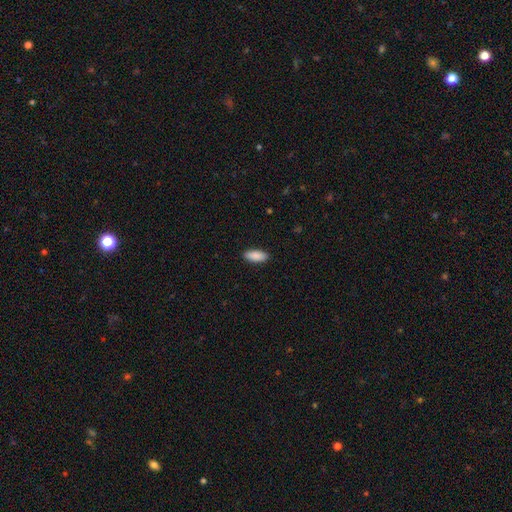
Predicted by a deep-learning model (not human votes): Q: Smooth or featured?
A: smooth (90%); runner-up: star or artifact (6%)
Q: How rounded?
A: in between (83%); runner-up: cigar-shaped (15%)
Q: Merging?
A: none (91%); runner-up: minor disturbance (7%)